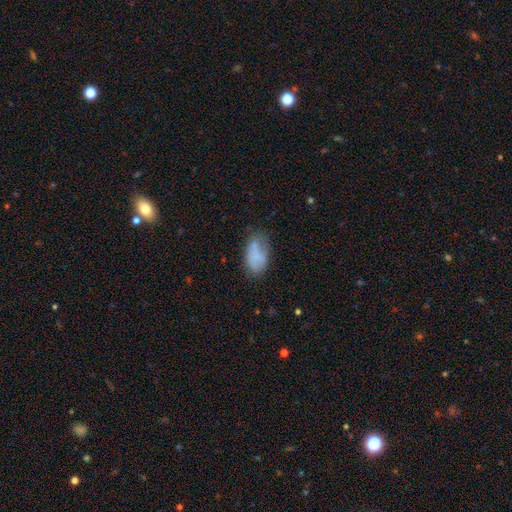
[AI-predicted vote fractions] A smooth galaxy with no disk features (73%) that is in between round and cigar-shaped (92%). Merging: none (47%).